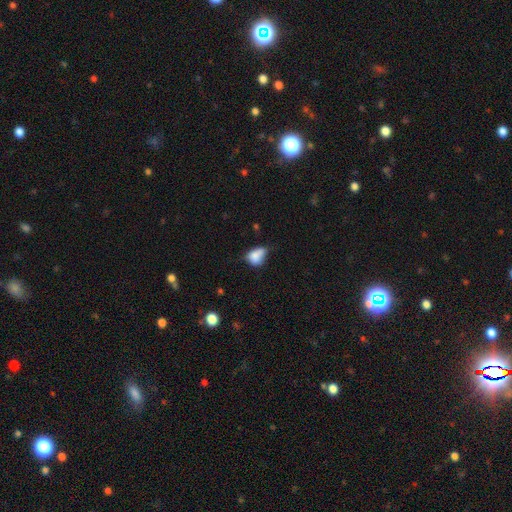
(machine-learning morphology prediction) Overall: smooth (76%). How rounded: in between (70%). Merging: minor disturbance (43%; none 29%).